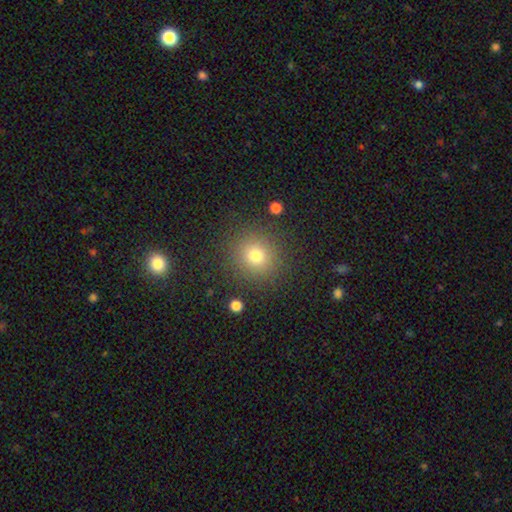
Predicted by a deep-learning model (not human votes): The model was most divided on "smooth or featured": smooth: 75%, star or artifact: 17%, featured or disk: 9%. More confident: how rounded — round (91%); merging — none (88%).